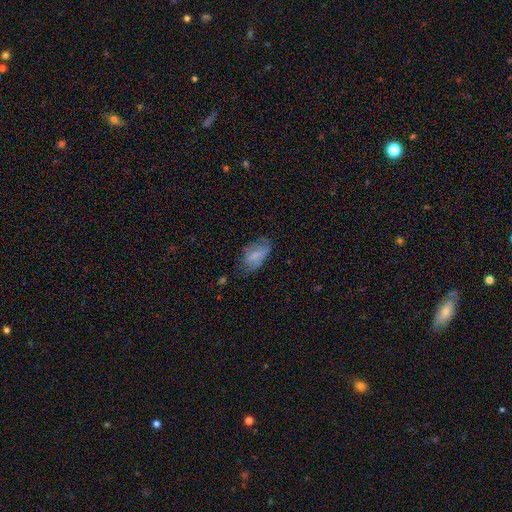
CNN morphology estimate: Smooth or featured: smooth — 70% (featured or disk — 22%)
How rounded: in between — 92% (cigar-shaped — 4%)
Merging: none — 53% (minor disturbance — 31%)